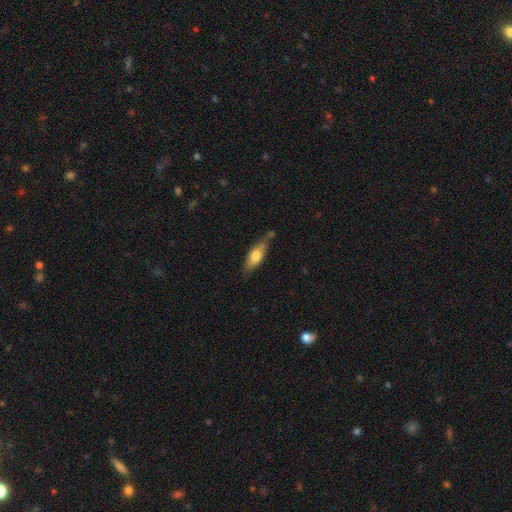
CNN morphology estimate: A smooth galaxy with no disk features (66%) that is in between round and cigar-shaped (56%).

Vote fractions:
- Smooth or featured? smooth: 66% / featured or disk: 27% / star or artifact: 6%
- How rounded? in between: 56% / cigar-shaped: 42% / round: 3%
- Merging? none: 66% / minor disturbance: 22% / merger: 7% / major disturbance: 5%